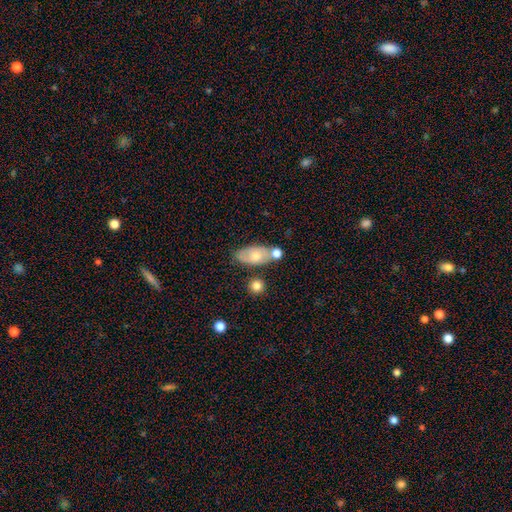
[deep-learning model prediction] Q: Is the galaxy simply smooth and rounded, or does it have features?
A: smooth — 64%.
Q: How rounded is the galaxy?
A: in between — 86%.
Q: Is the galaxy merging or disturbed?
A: none — 57%.